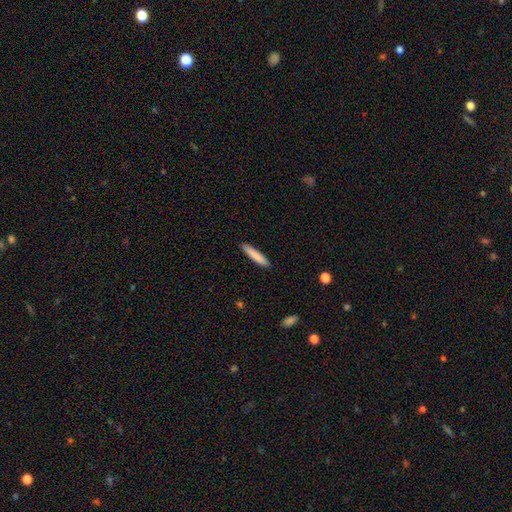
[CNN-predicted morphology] This is clearly a smooth galaxy (84%). How rounded: clearly cigar-shaped (91%). Merging: clearly none (90%).